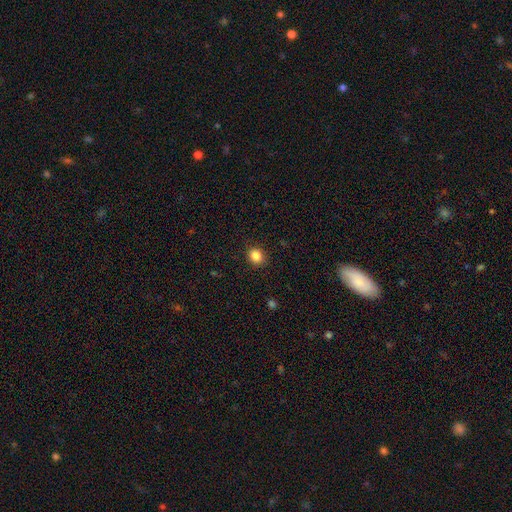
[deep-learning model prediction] Smooth or featured? smooth (85%)
How rounded? round (75%)
Merging? none (90%)